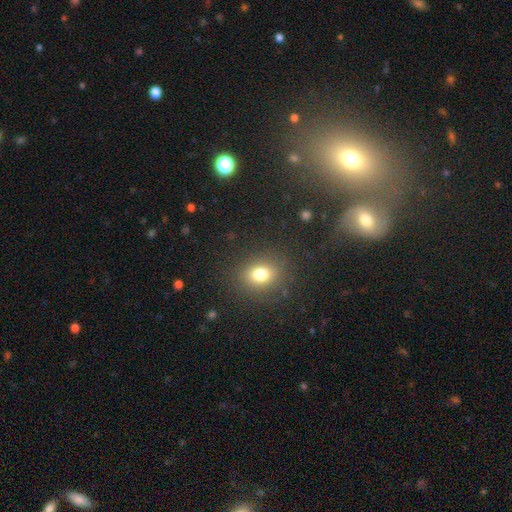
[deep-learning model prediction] The model was most divided on "smooth or featured": smooth: 56%, star or artifact: 32%, featured or disk: 11%. More confident: merging — none (77%); how rounded — round (67%).